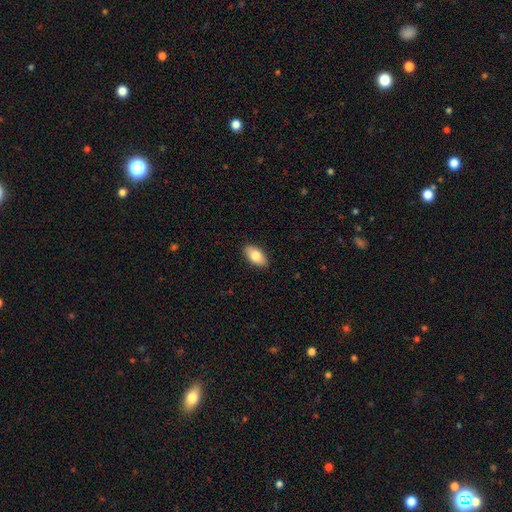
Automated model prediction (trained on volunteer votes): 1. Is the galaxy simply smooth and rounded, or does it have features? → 79% smooth, 14% featured or disk, 7% star or artifact.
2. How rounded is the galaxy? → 92% in between, 4% round, 4% cigar-shaped.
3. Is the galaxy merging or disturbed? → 89% none, 8% minor disturbance, 2% major disturbance, 1% merger.